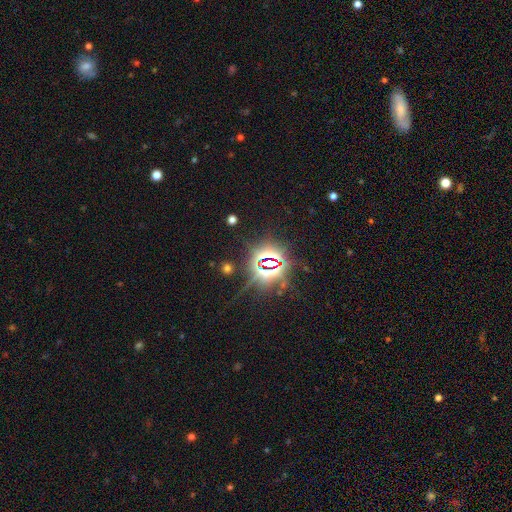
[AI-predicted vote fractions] A star or artifact, not a galaxy (82%).